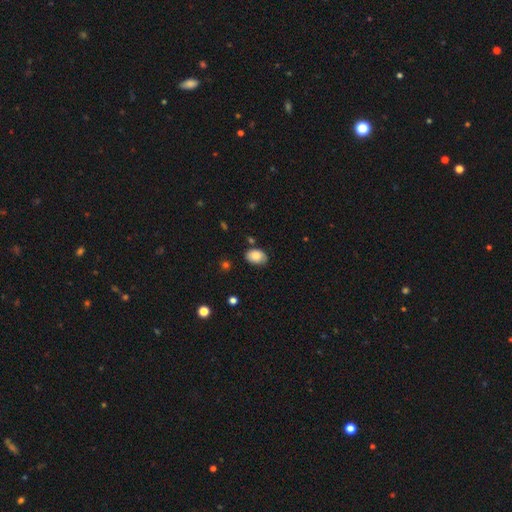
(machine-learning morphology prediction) A smooth galaxy with no disk features (83%) that is in between round and cigar-shaped (77%). Merging: none (72%).